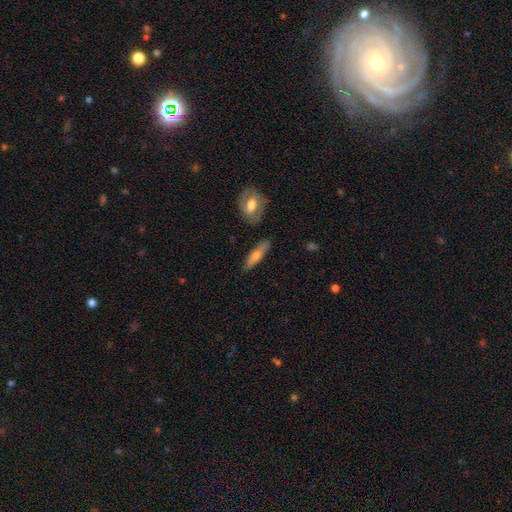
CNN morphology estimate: Smooth or featured? smooth (54%)
How rounded? cigar-shaped (63%)
Merging? none (81%)